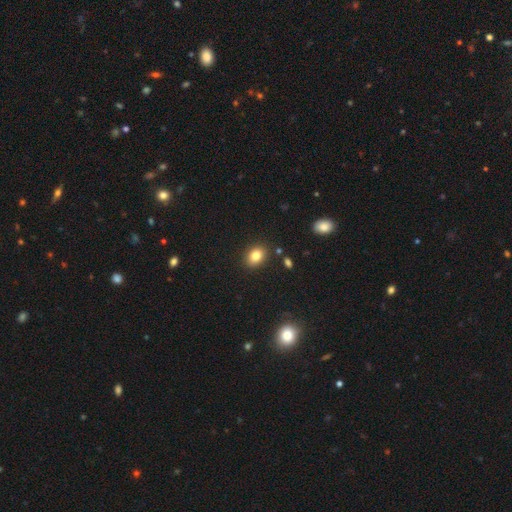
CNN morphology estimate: A smooth galaxy with no disk features (83%) that is in between round and cigar-shaped (65%). Merging: none (87%).